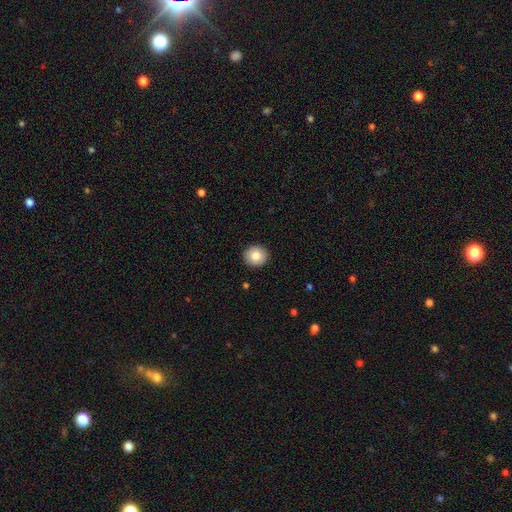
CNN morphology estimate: A smooth galaxy with no disk features (84%) that is round (90%).

Vote fractions:
- Smooth or featured? smooth: 84% / star or artifact: 8% / featured or disk: 8%
- How rounded? round: 90% / in between: 9% / cigar-shaped: 1%
- Merging? none: 92% / minor disturbance: 5% / major disturbance: 2% / merger: 1%